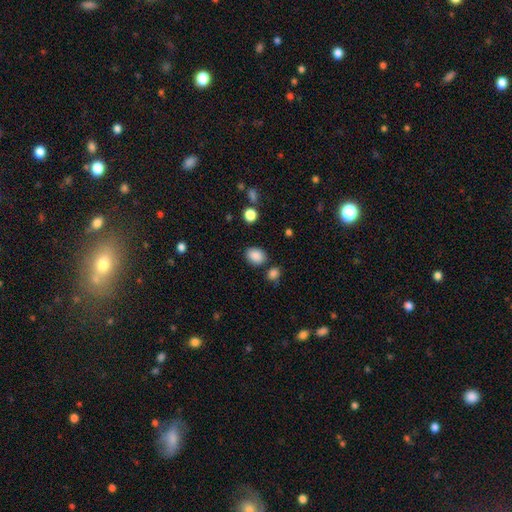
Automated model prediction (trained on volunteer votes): A smooth galaxy with no disk features (87%) that is in between round and cigar-shaped (58%). Merging: none (79%).